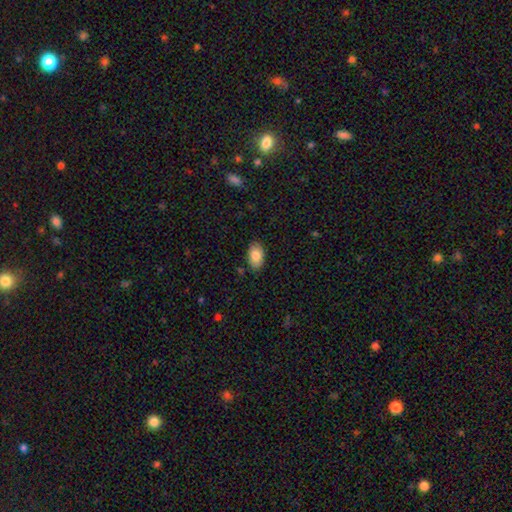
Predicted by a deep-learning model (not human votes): smooth-or-featured: smooth: 85% | featured or disk: 9% | star or artifact: 7%
  how-rounded: in between: 93% | round: 5% | cigar-shaped: 1%
  merging: none: 85% | minor disturbance: 11% | major disturbance: 2% | merger: 1%